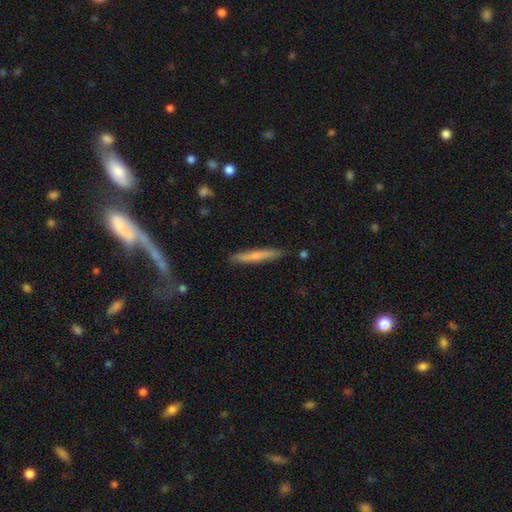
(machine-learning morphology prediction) type=smooth (61%); roundness=cigar-shaped (95%); merging=none (88%).